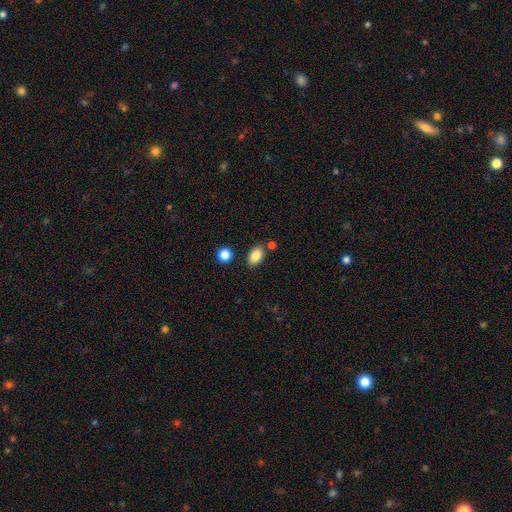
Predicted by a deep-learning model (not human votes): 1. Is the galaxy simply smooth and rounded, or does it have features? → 85% smooth, 9% star or artifact, 6% featured or disk.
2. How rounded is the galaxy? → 88% in between, 11% round, 2% cigar-shaped.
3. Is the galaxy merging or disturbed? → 79% none, 11% minor disturbance, 7% merger, 3% major disturbance.